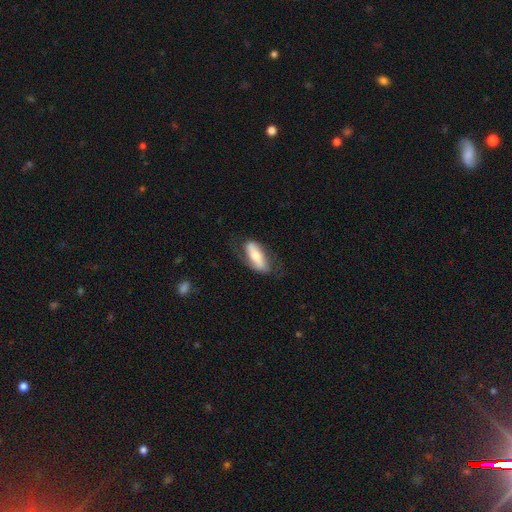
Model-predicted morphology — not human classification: Overall: smooth (50%; featured or disk 45%). Merging: none (64%).